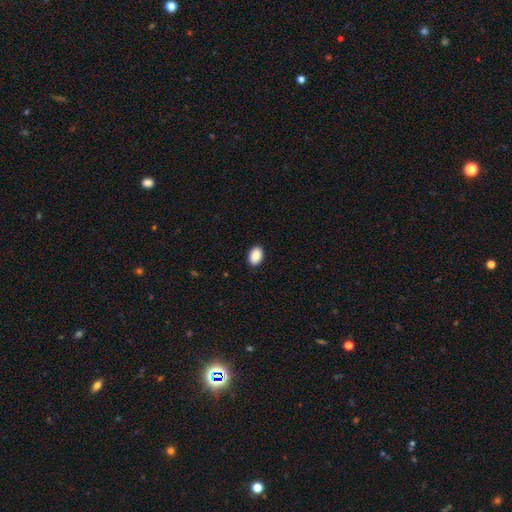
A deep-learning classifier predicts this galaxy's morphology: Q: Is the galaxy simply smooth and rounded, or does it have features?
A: smooth — 89%.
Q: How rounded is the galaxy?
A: in between — 85%.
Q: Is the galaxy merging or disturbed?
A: none — 90%.